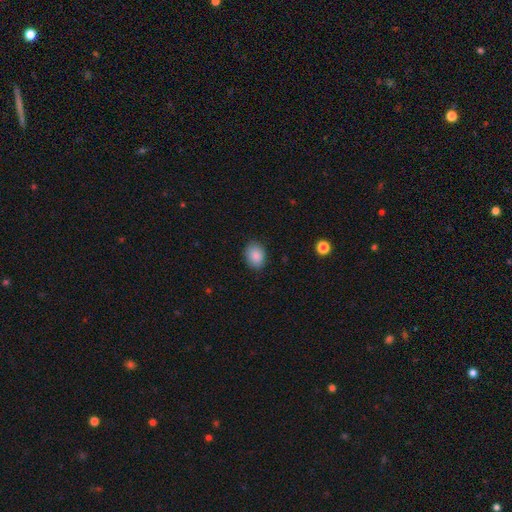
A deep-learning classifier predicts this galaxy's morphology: Overall: smooth (87%). How rounded: in between (70%). Merging: none (86%).